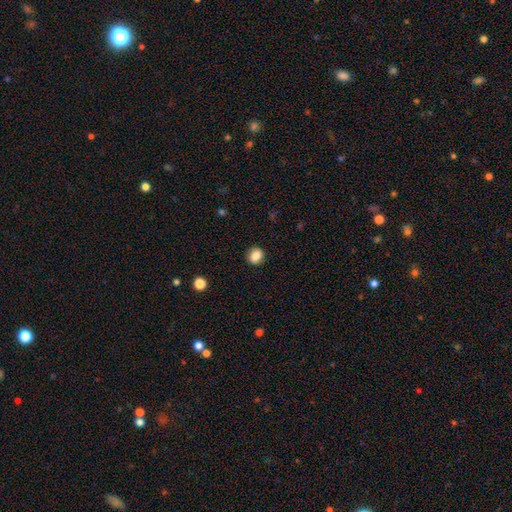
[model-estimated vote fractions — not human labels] smooth 85%, star or artifact 9%, featured or disk 6%. Down the decision tree: how rounded — round (70%); merging — none (89%).